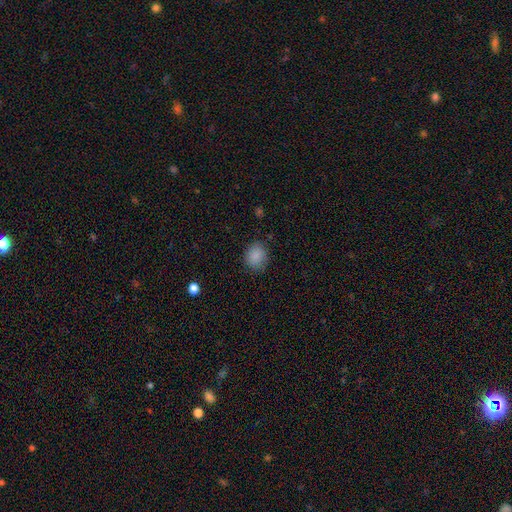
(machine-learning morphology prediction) This appears to be a smooth galaxy with no disk features (87%) that is round (65%). Merging: none (81%).